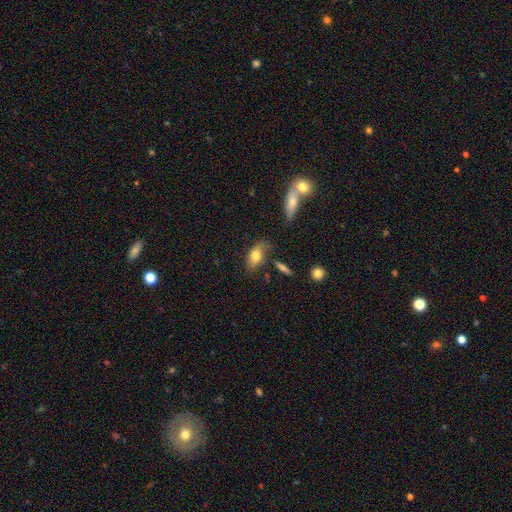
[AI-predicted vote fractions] The model was most divided on "merging": none: 62%, minor disturbance: 23%, merger: 8%, major disturbance: 7%. More confident: how rounded — in between (85%); smooth or featured — smooth (77%).